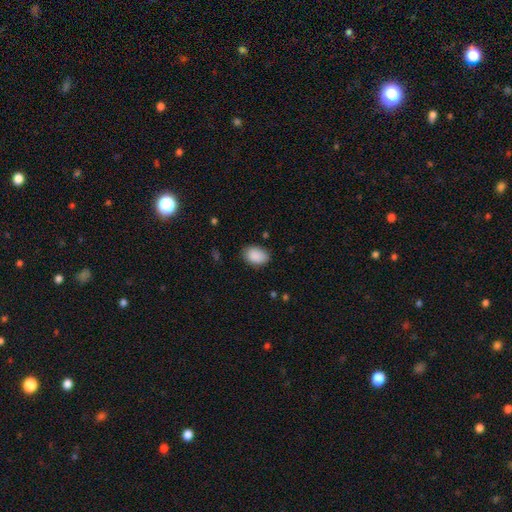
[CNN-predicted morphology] Overall: smooth (90%). How rounded: in between (84%). Merging: none (82%).